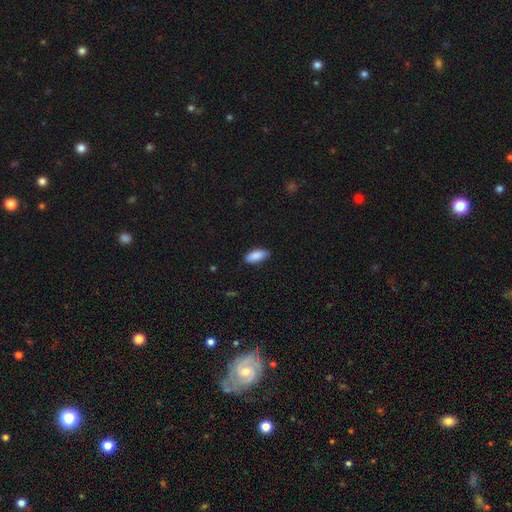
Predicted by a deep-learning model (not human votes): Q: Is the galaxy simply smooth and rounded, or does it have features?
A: smooth — 88%.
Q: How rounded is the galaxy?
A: in between — 89%.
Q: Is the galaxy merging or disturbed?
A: none — 82%.